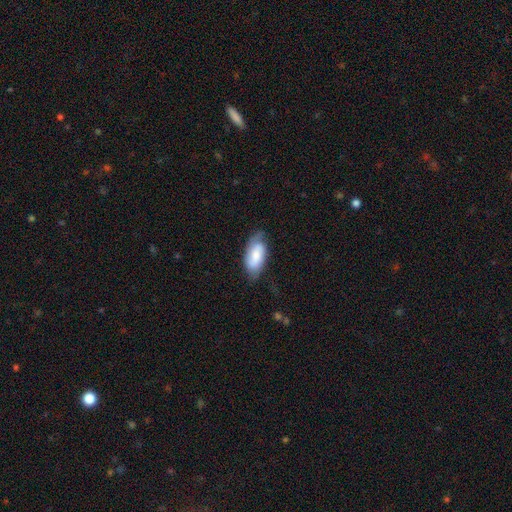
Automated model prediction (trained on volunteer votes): Smooth or featured? Predicted: smooth (p=0.55). How rounded? Predicted: in between (p=0.90). Merging? Predicted: none (p=0.65).